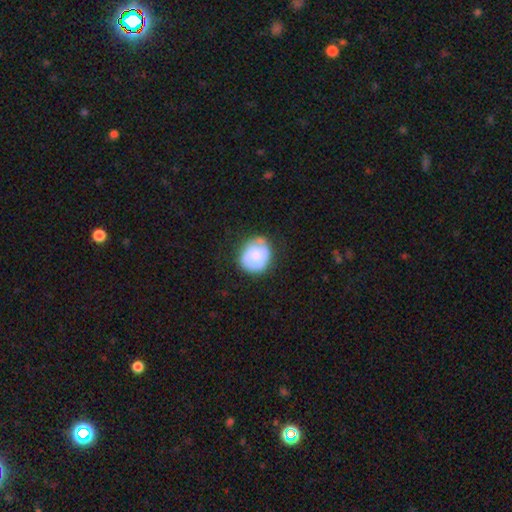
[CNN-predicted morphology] A smooth galaxy with no disk features (50%) that is round (73%).

Vote fractions:
- Smooth or featured? smooth: 50% / featured or disk: 43% / star or artifact: 7%
- How rounded? round: 73% / in between: 26% / cigar-shaped: 1%
- Merging? none: 66% / minor disturbance: 24% / major disturbance: 8% / merger: 2%